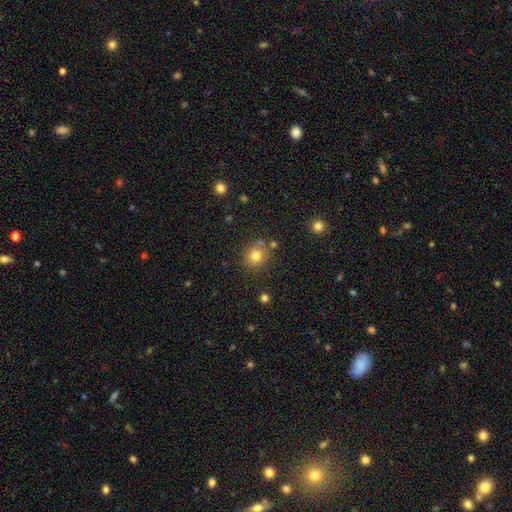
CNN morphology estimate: A smooth galaxy with no disk features (79%) that is round (83%). Merging: none (77%).